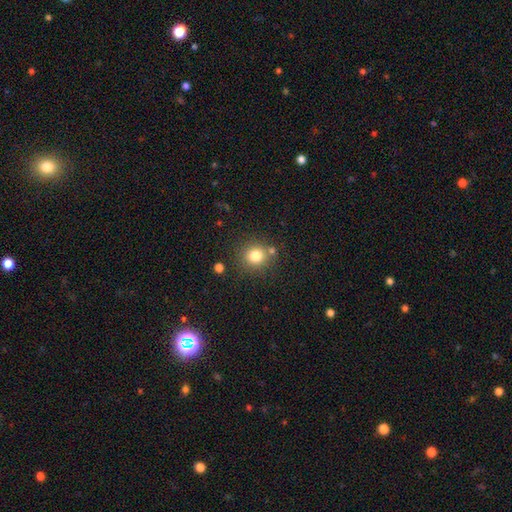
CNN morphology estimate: Smooth or featured?
  - smooth: 80% *
  - star or artifact: 12%
  - featured or disk: 8%
How rounded?
  - round: 89% *
  - in between: 10%
  - cigar-shaped: 1%
Merging?
  - none: 77% *
  - merger: 10%
  - minor disturbance: 10%
  - major disturbance: 3%